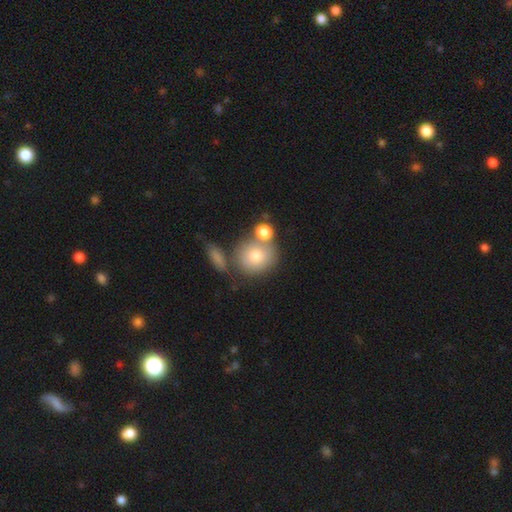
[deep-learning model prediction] Morphology: type=smooth (75%); roundness=round (83%); merging=none (55%).